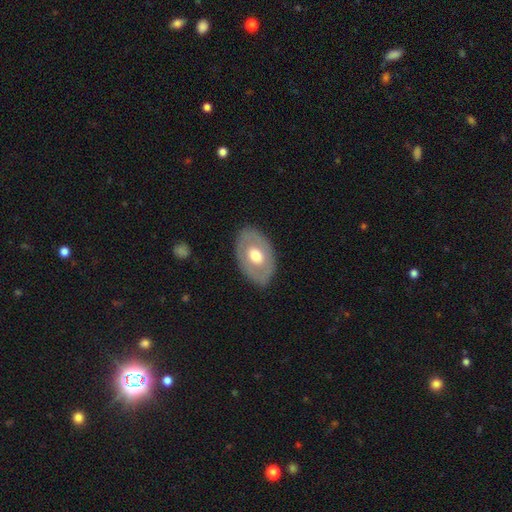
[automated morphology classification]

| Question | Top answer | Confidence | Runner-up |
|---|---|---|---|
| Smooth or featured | smooth | 51% | featured or disk (44%) |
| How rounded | in between | 86% | round (13%) |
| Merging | none | 84% | minor disturbance (12%) |